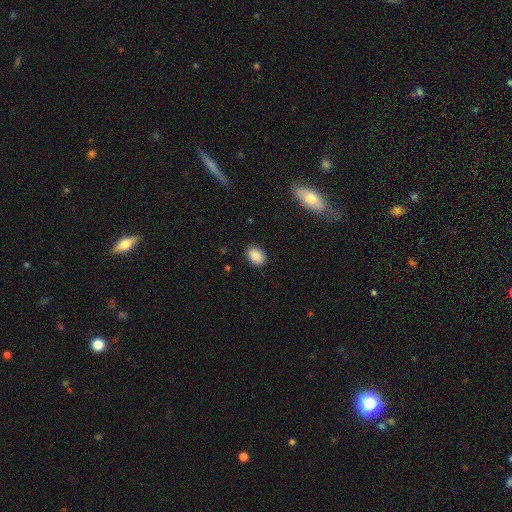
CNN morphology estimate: Overall: smooth (88%). How rounded: in between (77%). Merging: none (88%).